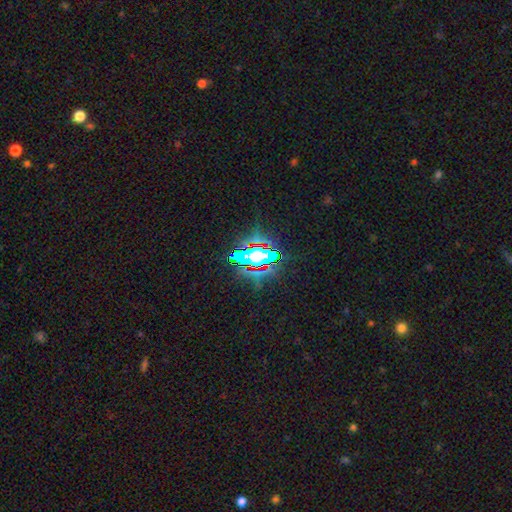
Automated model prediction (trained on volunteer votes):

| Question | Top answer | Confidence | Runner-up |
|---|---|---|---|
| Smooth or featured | star or artifact | 69% | smooth (16%) |